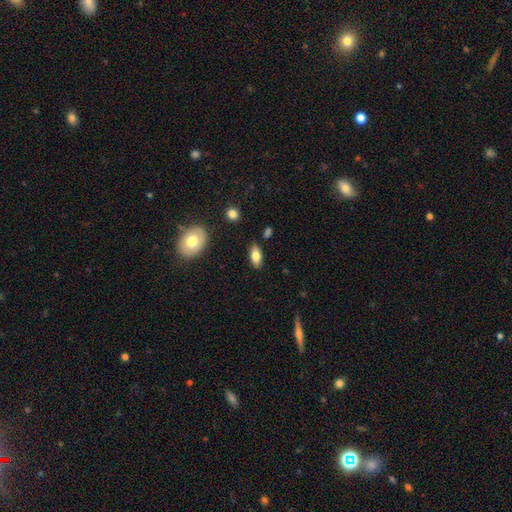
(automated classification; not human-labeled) This appears to be a smooth galaxy with no disk features (77%) that is in between round and cigar-shaped (87%). Merging: none (83%).